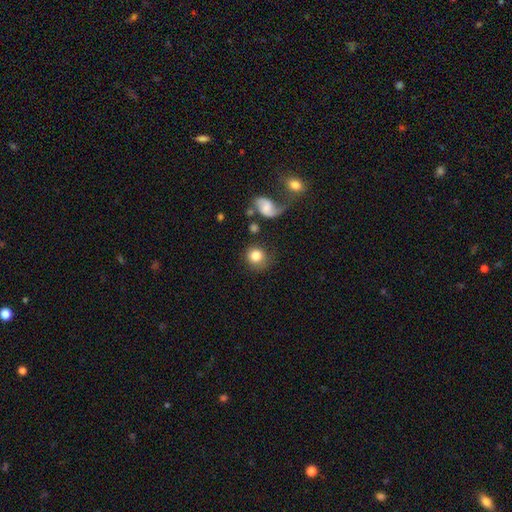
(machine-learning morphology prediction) Smooth or featured?
  - smooth: 78% *
  - featured or disk: 14%
  - star or artifact: 8%
How rounded?
  - round: 86% *
  - in between: 13%
  - cigar-shaped: 1%
Merging?
  - none: 72% *
  - minor disturbance: 14%
  - major disturbance: 8%
  - merger: 7%